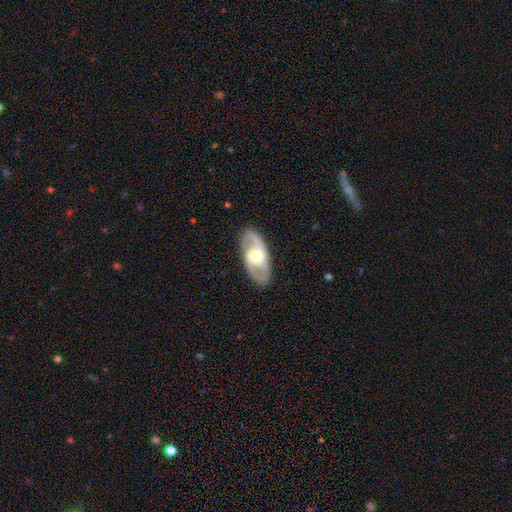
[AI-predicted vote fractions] A featured or disk galaxy (77%) with no bar (49%), 2 (87%) medium (50%) spiral arms (78%) and a moderate central bulge (68%). Merging: none (87%).